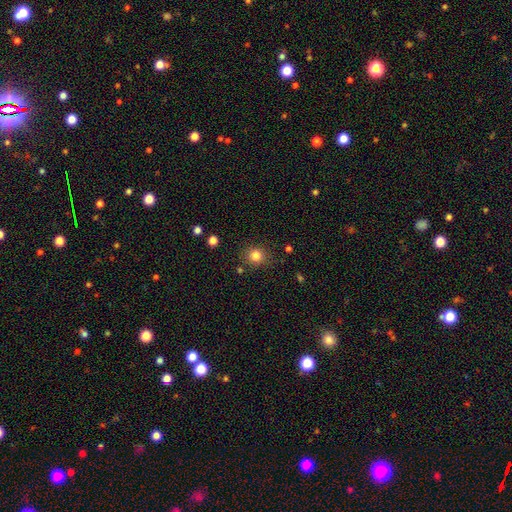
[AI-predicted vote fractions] Smooth or featured?
  - smooth: 82% *
  - star or artifact: 12%
  - featured or disk: 6%
How rounded?
  - round: 85% *
  - in between: 14%
  - cigar-shaped: 1%
Merging?
  - none: 85% *
  - minor disturbance: 9%
  - major disturbance: 3%
  - merger: 3%